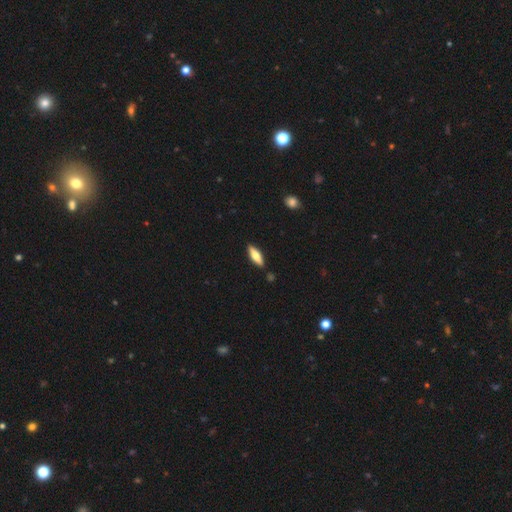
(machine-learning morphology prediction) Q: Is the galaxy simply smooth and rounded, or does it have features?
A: smooth — 64%.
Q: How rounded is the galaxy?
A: cigar-shaped — 51%.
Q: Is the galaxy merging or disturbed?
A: none — 87%.